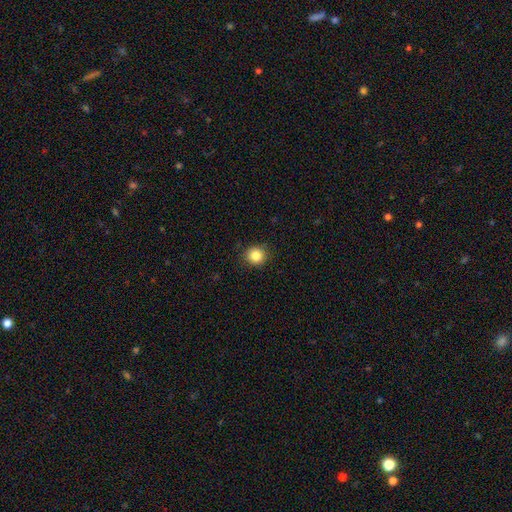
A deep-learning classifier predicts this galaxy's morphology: smooth 84%, star or artifact 11%, featured or disk 5%. Down the decision tree: how rounded — round (89%); merging — none (89%).